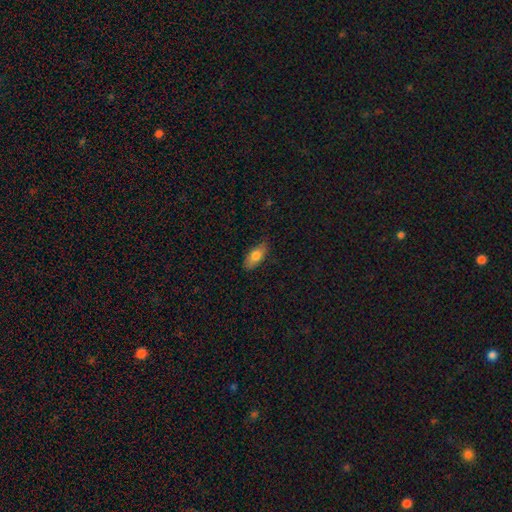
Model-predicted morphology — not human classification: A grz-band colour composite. It shows a smooth galaxy with no disk features (77%) that is in between round and cigar-shaped (85%). Merging: none (81%).